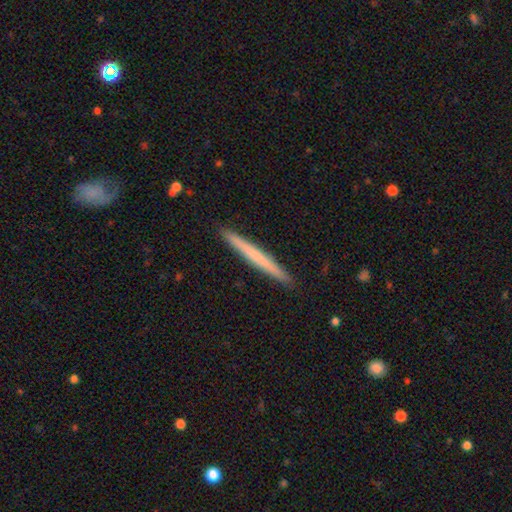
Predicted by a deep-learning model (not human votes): This is possibly a smooth galaxy (56%). How rounded: clearly cigar-shaped (97%). Merging: clearly none (93%).